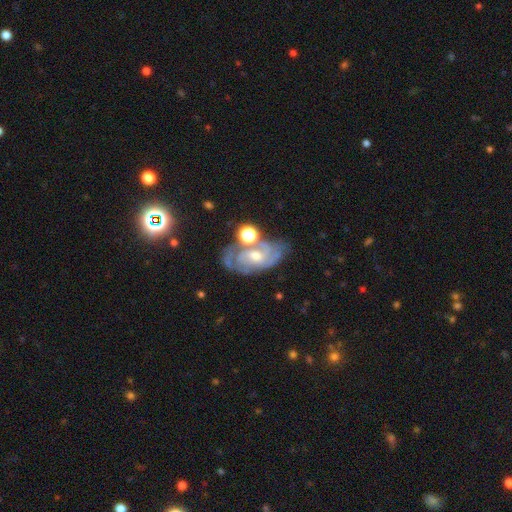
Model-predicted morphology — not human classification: Smooth or featured?
  - featured or disk: 80% *
  - smooth: 10%
  - star or artifact: 10%
Edge-on disk?
  - no: 95% *
  - yes: 5%
Bar?
  - no: 57% *
  - weak: 34%
  - strong: 9%
Spiral arms?
  - yes: 92% *
  - no: 8%
Spiral winding?
  - tight: 55% *
  - medium: 37%
  - loose: 9%
Spiral arm count?
  - 2: 48% *
  - can't tell: 26%
  - 3: 14%
  - 1: 4%
  - 4: 4%
  - more than 4: 3%
Bulge size?
  - moderate: 54% *
  - small: 39%
  - large: 4%
  - none: 3%
  - dominant: 1%
Merging?
  - none: 59% *
  - minor disturbance: 19%
  - merger: 12%
  - major disturbance: 9%